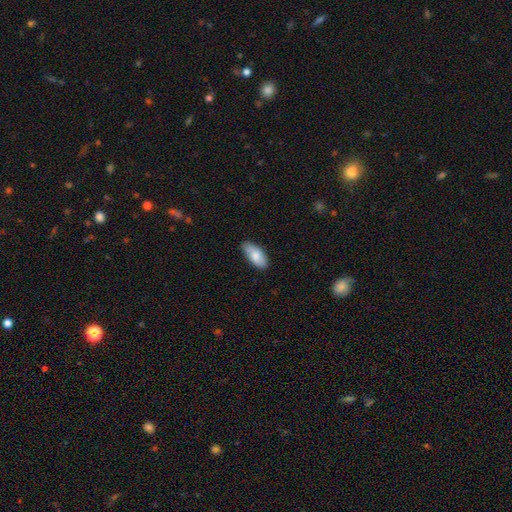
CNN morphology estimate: Smooth or featured: smooth — 81% (featured or disk — 13%)
How rounded: in between — 90% (cigar-shaped — 8%)
Merging: none — 78% (minor disturbance — 18%)